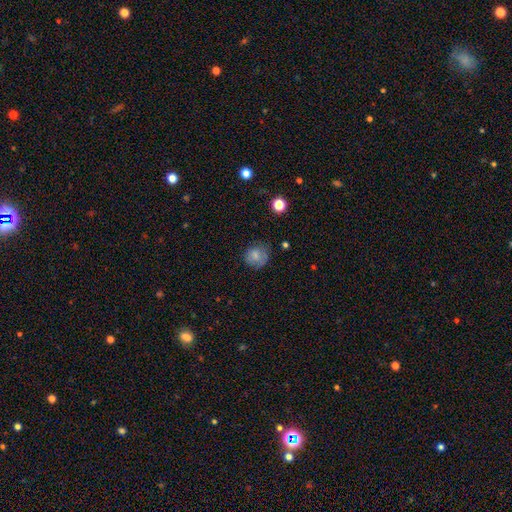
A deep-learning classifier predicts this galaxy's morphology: smooth_or_featured: smooth (p=0.74) [alt: featured or disk p=0.15]
how_rounded: round (p=0.82) [alt: in between p=0.17]
merging: none (p=0.69) [alt: minor disturbance p=0.22]